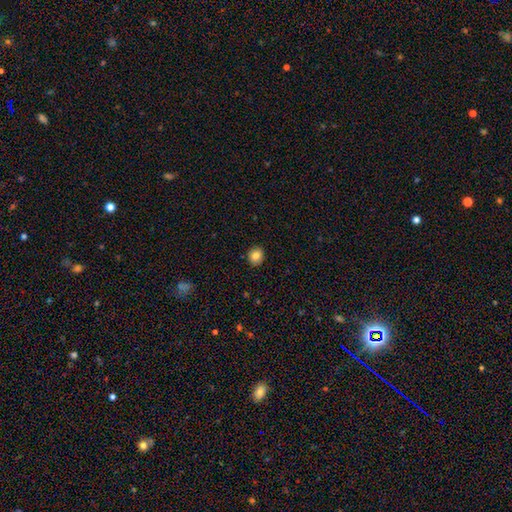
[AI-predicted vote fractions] Morphology: type=smooth (84%); roundness=round (75%); merging=none (91%).